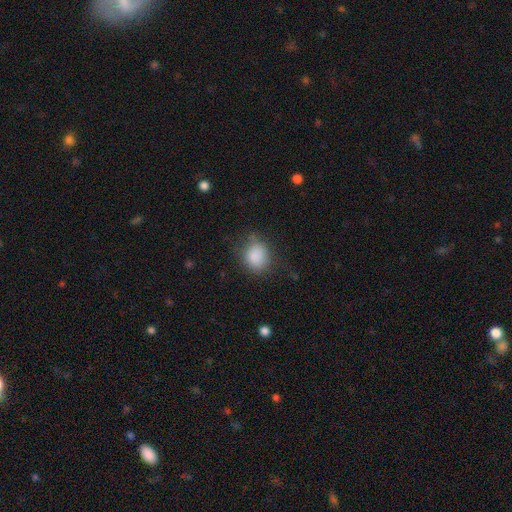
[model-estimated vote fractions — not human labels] Smooth or featured? Predicted: smooth (p=0.85). How rounded? Predicted: round (p=0.65). Merging? Predicted: none (p=0.66).